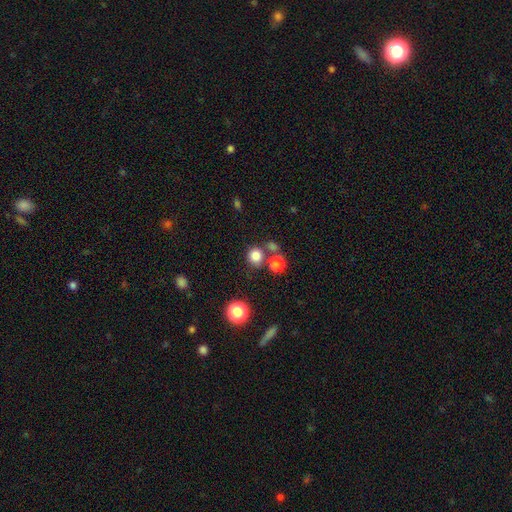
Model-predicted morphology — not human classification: Overall: smooth (80%). How rounded: round (88%). Merging: none (69%).